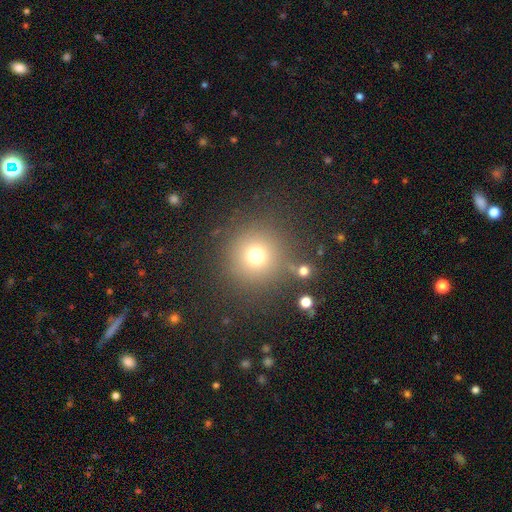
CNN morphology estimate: This is likely a smooth galaxy (72%). How rounded: clearly round (95%). Merging: clearly none (83%).